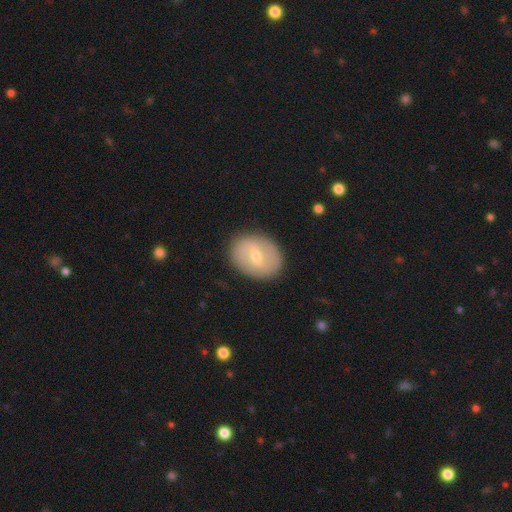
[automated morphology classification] featured or disk 50%, smooth 43%, star or artifact 7%. Down the decision tree: edge-on disk — no (94%); merging — none (86%).